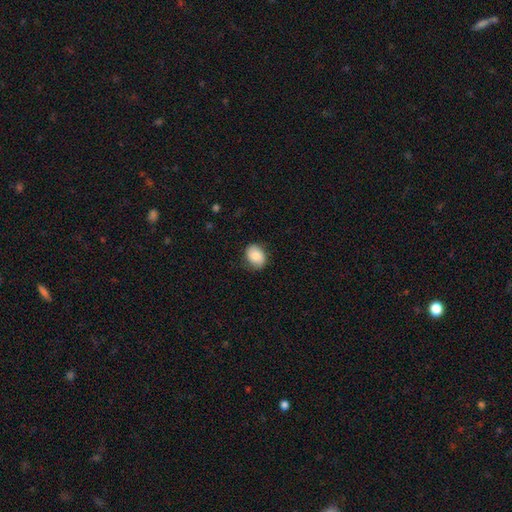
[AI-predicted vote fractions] This is clearly a smooth galaxy (80%). How rounded: likely in between (63%). Merging: clearly none (80%).